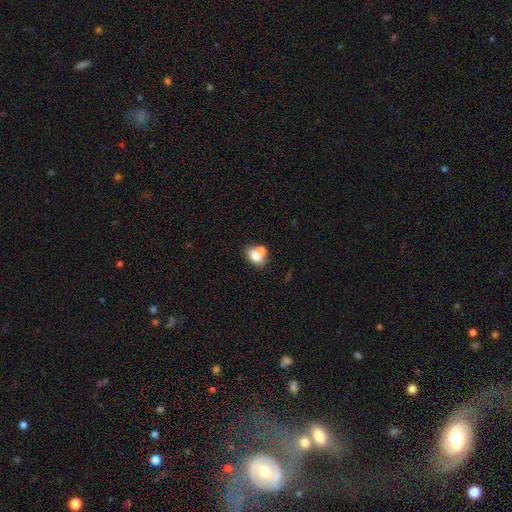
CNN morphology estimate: Overall: smooth (71%). How rounded: in between (72%). Merging: merger (45%; none 40%).